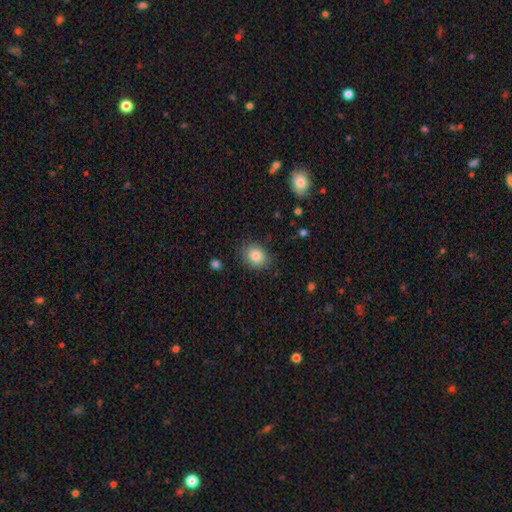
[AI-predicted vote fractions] Overall: smooth (84%). How rounded: round (55%; in between 44%). Merging: none (82%).